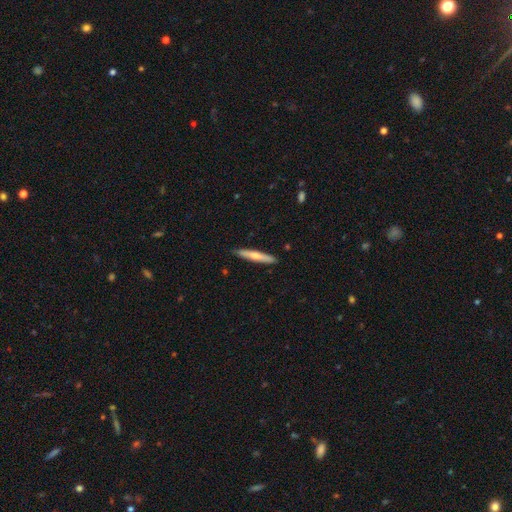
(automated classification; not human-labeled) The model was most divided on "smooth or featured": smooth: 60%, featured or disk: 35%, star or artifact: 5%. More confident: how rounded — cigar-shaped (94%); merging — none (89%).